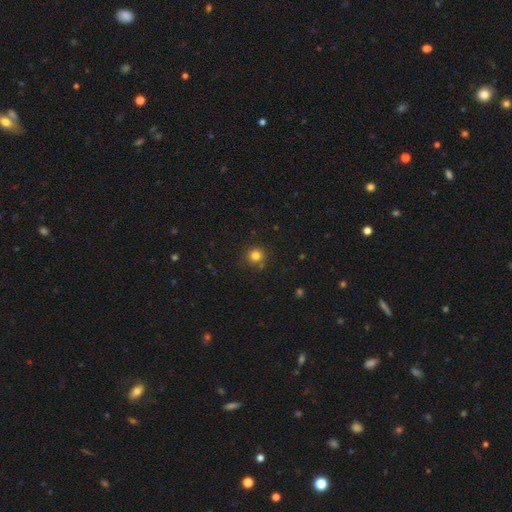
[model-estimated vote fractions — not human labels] smooth 81%, star or artifact 14%, featured or disk 6%. Down the decision tree: how rounded — round (92%); merging — none (83%).